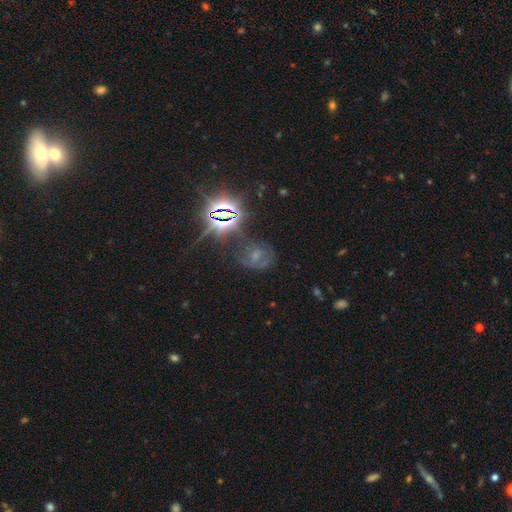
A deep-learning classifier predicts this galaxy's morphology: Smooth or featured? Predicted: star or artifact (p=0.47).